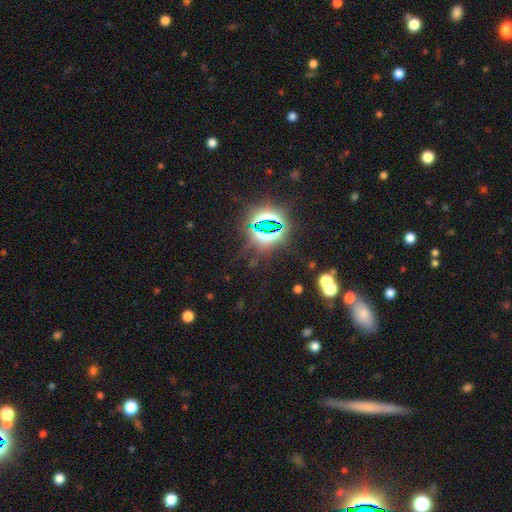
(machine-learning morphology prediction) Smooth or featured? star or artifact (78%)